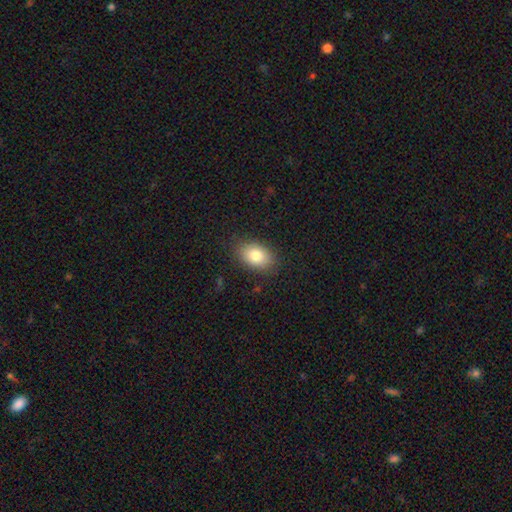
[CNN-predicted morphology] Smooth or featured: smooth — 81% (featured or disk — 10%)
How rounded: in between — 84% (round — 15%)
Merging: none — 86% (minor disturbance — 11%)